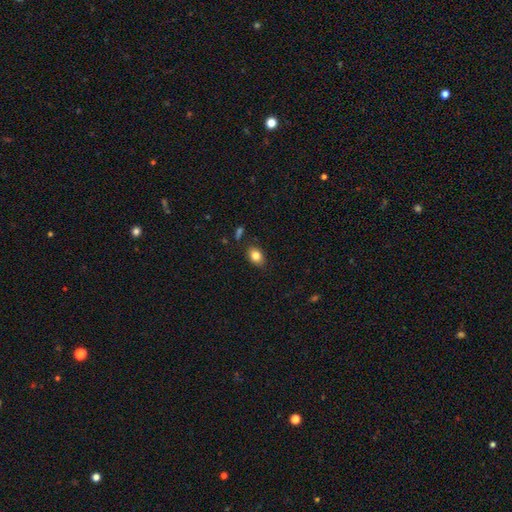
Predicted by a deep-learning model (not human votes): A smooth galaxy with no disk features (83%) that is in between round and cigar-shaped (76%). Merging: none (84%).